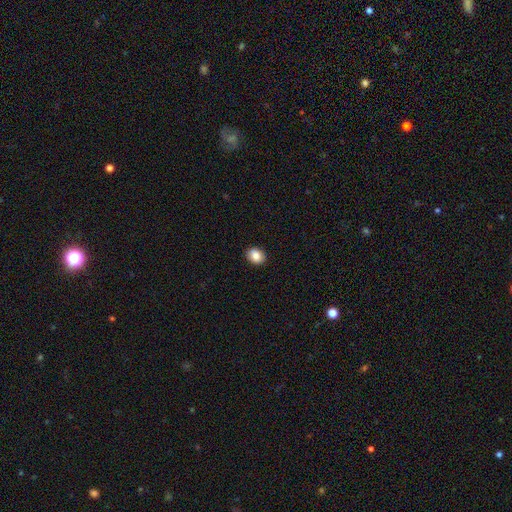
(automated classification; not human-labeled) Smooth or featured? Predicted: smooth (p=0.85). How rounded? Predicted: in between (p=0.51). Merging? Predicted: none (p=0.91).